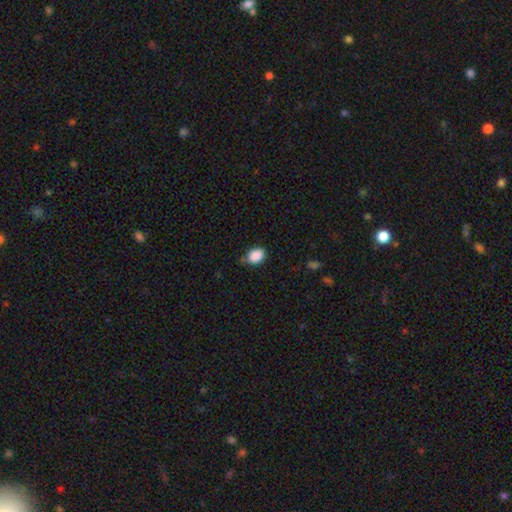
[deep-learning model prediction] A smooth galaxy with no disk features (88%) that is in between round and cigar-shaped (70%). Merging: none (68%).